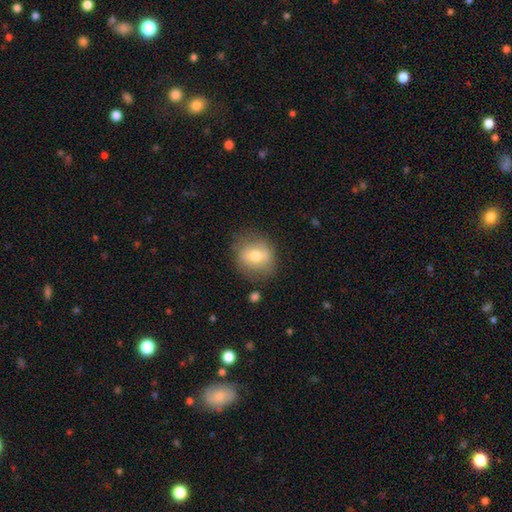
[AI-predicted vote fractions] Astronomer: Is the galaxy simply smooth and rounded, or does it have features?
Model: smooth — 61%.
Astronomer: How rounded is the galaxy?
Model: round — 77%.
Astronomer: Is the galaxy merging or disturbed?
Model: none — 78%.